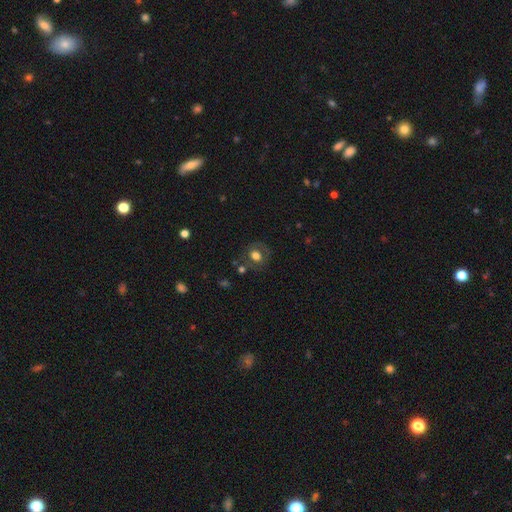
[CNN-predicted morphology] This appears to be a smooth galaxy with no disk features (64%) that is round (71%). Merging: none (72%).